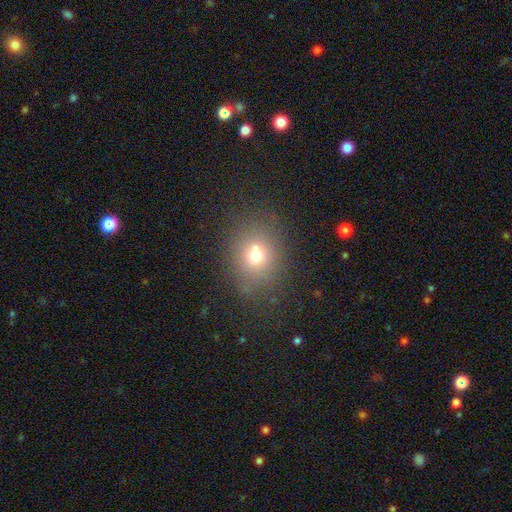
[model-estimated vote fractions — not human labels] smooth_or_featured: smooth (p=0.68) [alt: star or artifact p=0.17]
how_rounded: round (p=0.63) [alt: in between p=0.36]
merging: none (p=0.67) [alt: merger p=0.14]